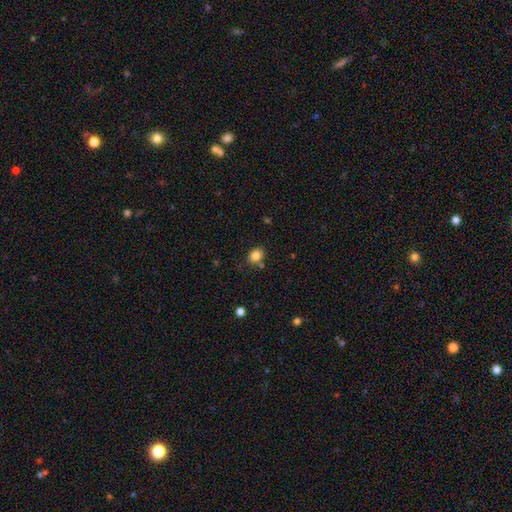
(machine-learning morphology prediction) smooth-or-featured: smooth: 83% | star or artifact: 11% | featured or disk: 6%
  how-rounded: in between: 53% | round: 46% | cigar-shaped: 1%
  merging: none: 77% | minor disturbance: 12% | merger: 8% | major disturbance: 3%